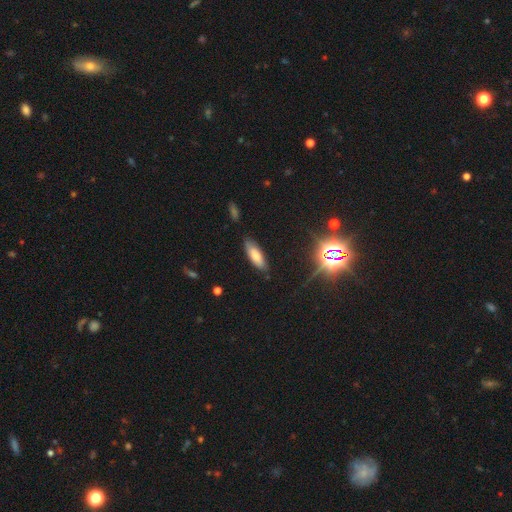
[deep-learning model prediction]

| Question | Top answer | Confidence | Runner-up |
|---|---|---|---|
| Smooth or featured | smooth | 75% | featured or disk (15%) |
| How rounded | in between | 64% | cigar-shaped (34%) |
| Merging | none | 82% | minor disturbance (13%) |